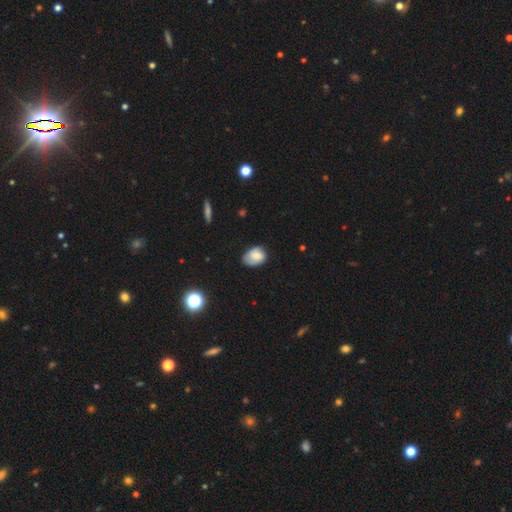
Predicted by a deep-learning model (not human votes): This appears to be a smooth galaxy with no disk features (62%) that is in between round and cigar-shaped (72%). Merging: none (61%).